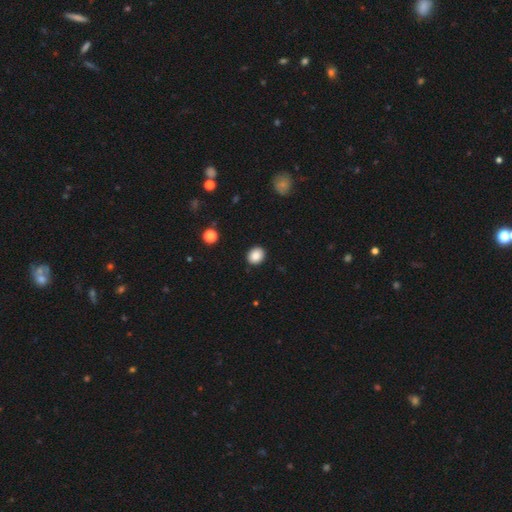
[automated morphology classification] Smooth or featured: smooth — 87% (star or artifact — 9%)
How rounded: round — 62% (in between — 37%)
Merging: none — 90% (minor disturbance — 6%)